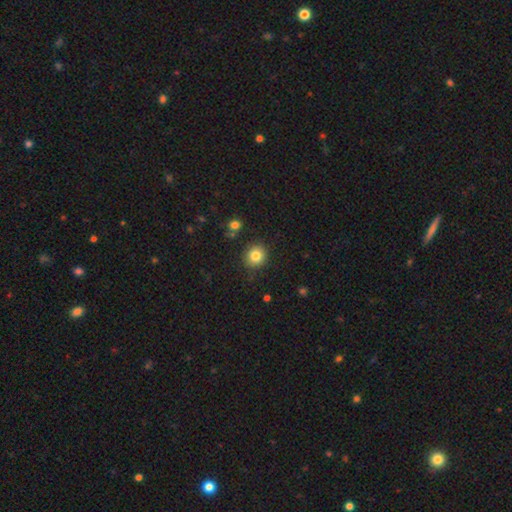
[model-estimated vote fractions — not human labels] The model was most divided on "how rounded": round: 85%, in between: 14%, cigar-shaped: 1%. More confident: merging — none (88%); smooth or featured — smooth (83%).